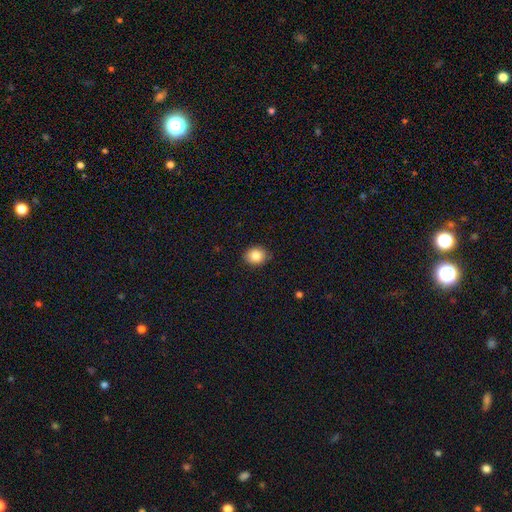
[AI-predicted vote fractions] smooth-or-featured: smooth: 86% | star or artifact: 9% | featured or disk: 6%
  how-rounded: round: 53% | in between: 46% | cigar-shaped: 1%
  merging: none: 85% | minor disturbance: 12% | major disturbance: 2% | merger: 1%